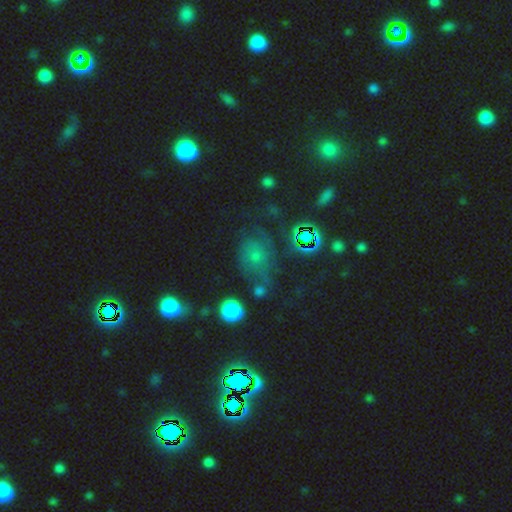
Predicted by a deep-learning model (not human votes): Smooth or featured?
  - smooth: 43% *
  - star or artifact: 32%
  - featured or disk: 25%
Merging?
  - none: 52% *
  - minor disturbance: 23%
  - major disturbance: 17%
  - merger: 7%